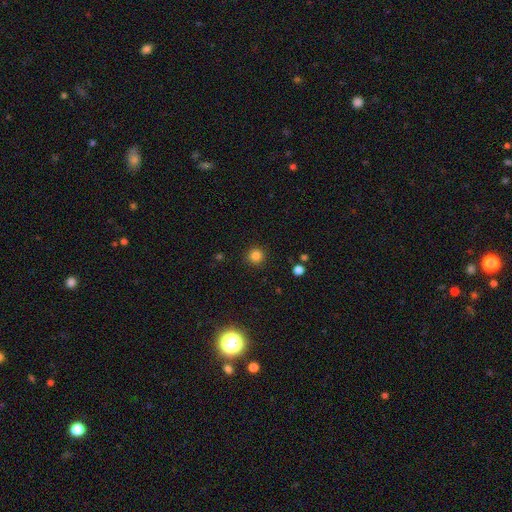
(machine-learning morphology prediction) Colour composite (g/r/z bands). It shows a smooth galaxy with no disk features (83%) that is round (94%). Merging: none (90%).